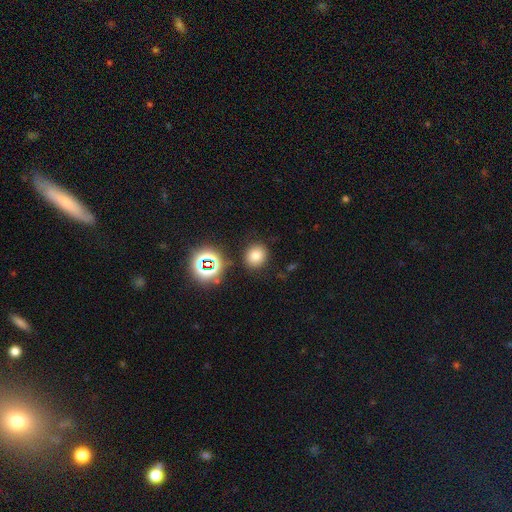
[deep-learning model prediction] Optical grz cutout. It shows a smooth galaxy with no disk features (73%) that is round (79%). Merging: none (84%).